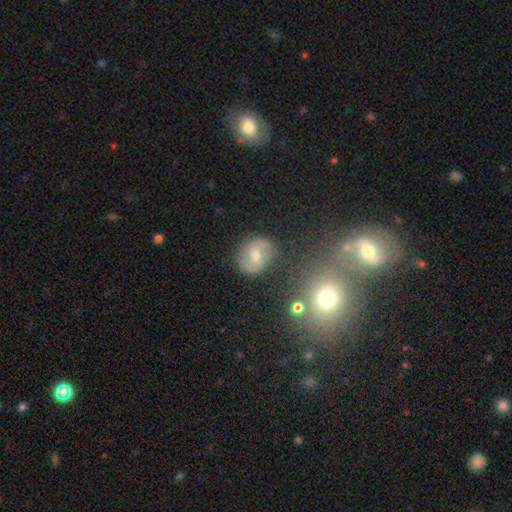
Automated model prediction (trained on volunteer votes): Smooth or featured? smooth (45%)
Merging? none (81%)